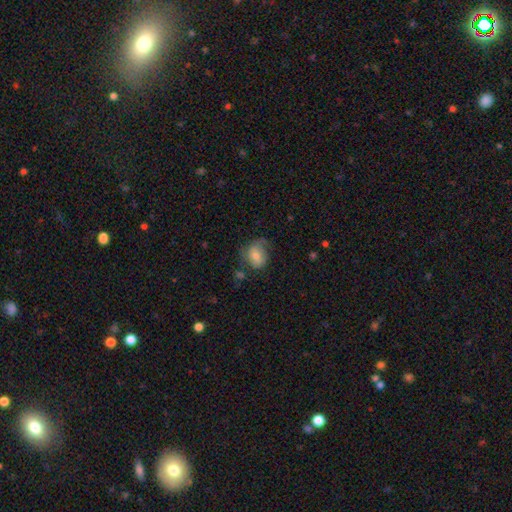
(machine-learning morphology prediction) Overall: smooth (63%; featured or disk 29%). How rounded: in between (50%; round 49%). Merging: none (46%; minor disturbance 32%).